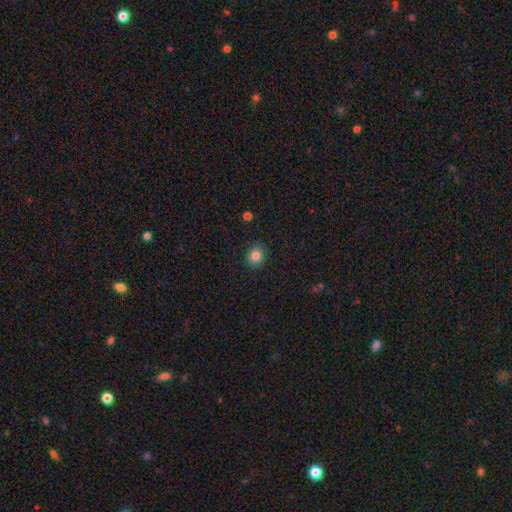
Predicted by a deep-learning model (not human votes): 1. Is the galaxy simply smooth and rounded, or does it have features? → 83% smooth, 11% star or artifact, 6% featured or disk.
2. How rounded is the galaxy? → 79% round, 20% in between, 1% cigar-shaped.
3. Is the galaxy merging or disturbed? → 90% none, 7% minor disturbance, 2% major disturbance, 1% merger.